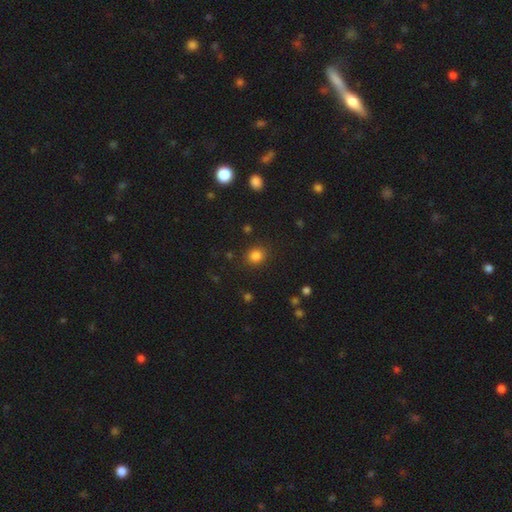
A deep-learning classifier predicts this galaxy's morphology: This is clearly a smooth galaxy (83%). How rounded: likely round (77%). Merging: clearly none (87%).